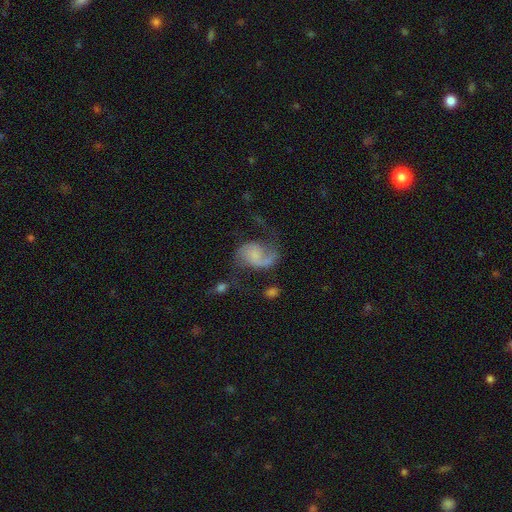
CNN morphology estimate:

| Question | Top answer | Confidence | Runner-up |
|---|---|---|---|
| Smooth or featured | featured or disk | 80% | smooth (13%) |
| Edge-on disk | no | 98% | yes (2%) |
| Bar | no | 60% | weak (33%) |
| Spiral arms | yes | 94% | no (6%) |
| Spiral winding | loose | 48% | medium (41%) |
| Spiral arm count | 2 | 76% | 1 (17%) |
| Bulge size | small | 51% | none (25%) |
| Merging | none | 50% | major disturbance (24%) |